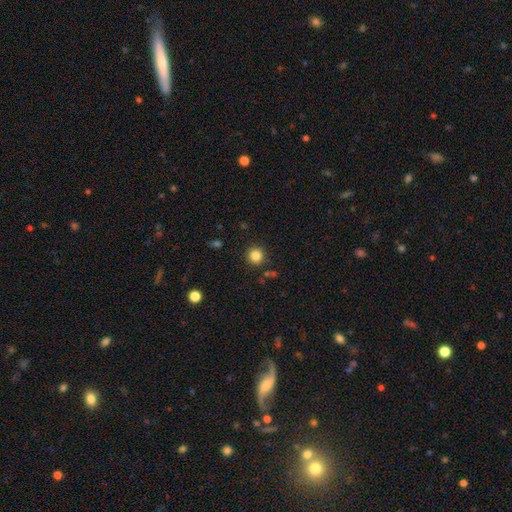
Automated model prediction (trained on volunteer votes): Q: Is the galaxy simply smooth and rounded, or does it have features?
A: smooth — 84%.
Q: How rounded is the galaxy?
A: round — 93%.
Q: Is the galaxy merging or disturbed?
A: none — 90%.